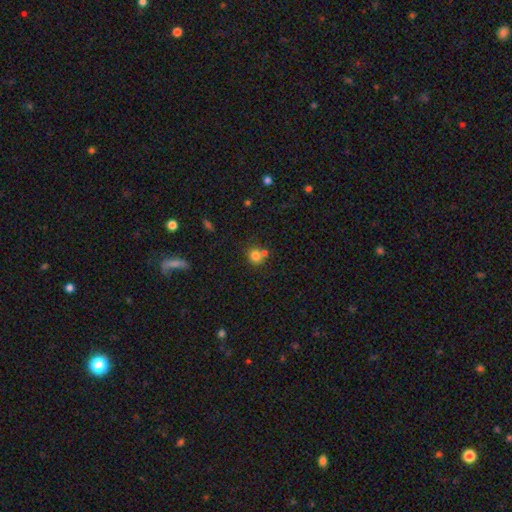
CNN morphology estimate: This is likely a smooth galaxy (78%). How rounded: clearly round (85%). Merging: possibly none (55%).